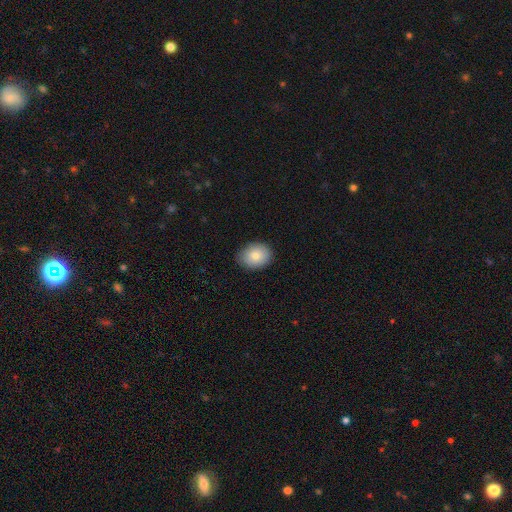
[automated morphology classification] smooth 81%, featured or disk 11%, star or artifact 8%. Down the decision tree: how rounded — in between (61%); merging — none (85%).